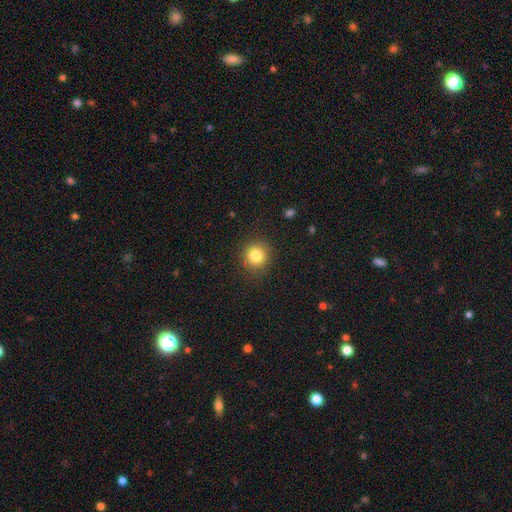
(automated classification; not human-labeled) smooth 82%, star or artifact 11%, featured or disk 6%. Down the decision tree: how rounded — round (91%); merging — none (89%).